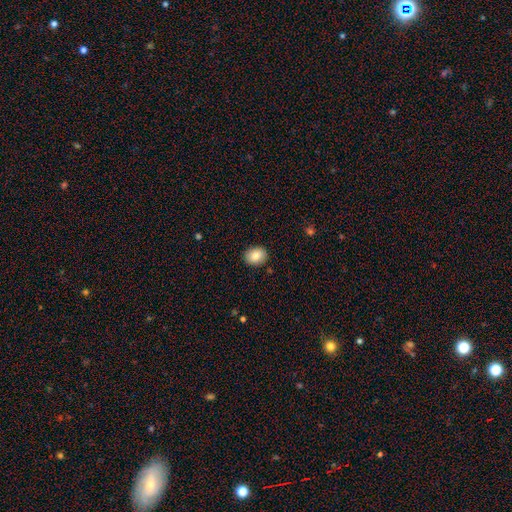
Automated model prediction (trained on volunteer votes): Smooth or featured: smooth — 85% (star or artifact — 8%)
How rounded: in between — 53% (round — 46%)
Merging: none — 89% (minor disturbance — 8%)